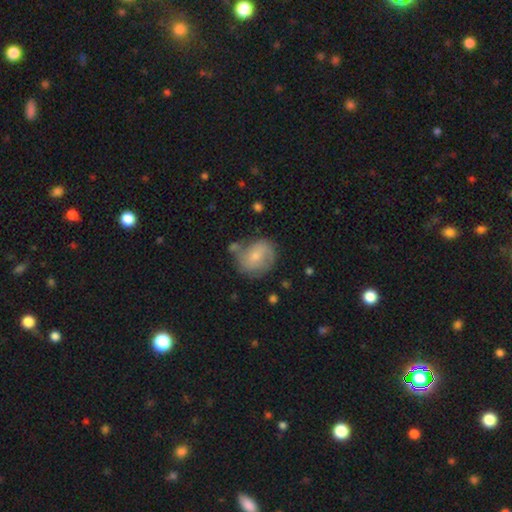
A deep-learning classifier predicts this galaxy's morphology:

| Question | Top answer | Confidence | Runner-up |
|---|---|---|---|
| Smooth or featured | smooth | 47% | featured or disk (45%) |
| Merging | none | 56% | minor disturbance (25%) |